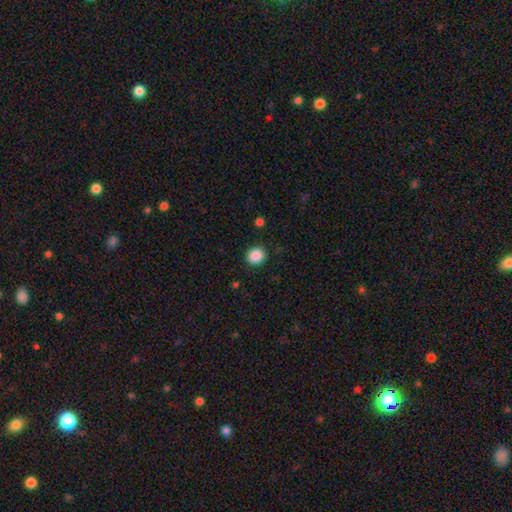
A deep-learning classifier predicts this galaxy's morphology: type=smooth (88%); roundness=round (73%); merging=none (89%).